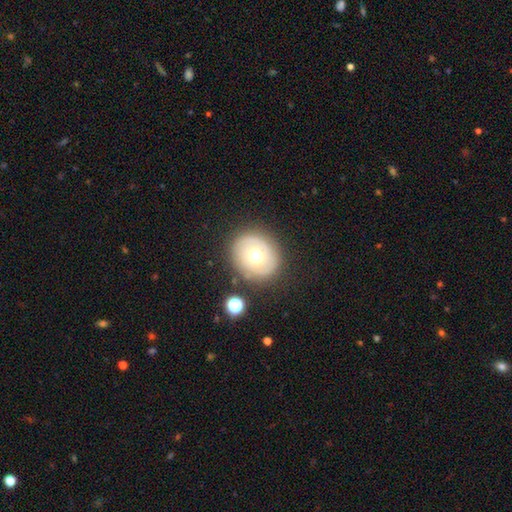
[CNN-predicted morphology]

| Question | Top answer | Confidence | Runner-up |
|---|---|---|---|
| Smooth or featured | smooth | 53% | featured or disk (37%) |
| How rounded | round | 73% | in between (26%) |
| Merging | none | 82% | minor disturbance (11%) |